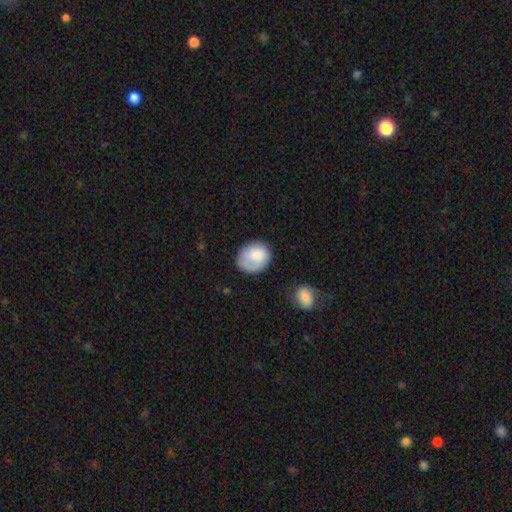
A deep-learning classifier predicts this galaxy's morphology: Overall: smooth (75%). How rounded: round (57%; in between 42%). Merging: none (60%; minor disturbance 25%).